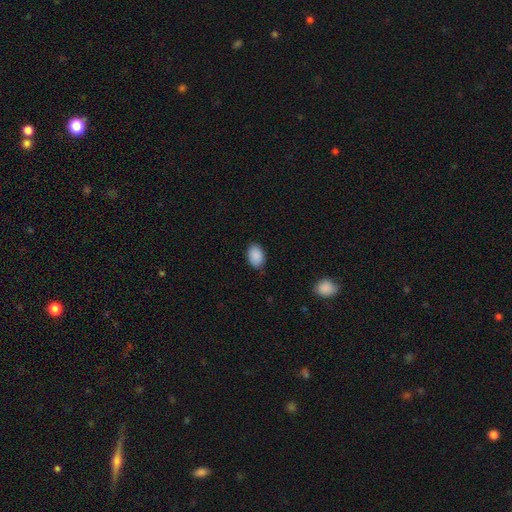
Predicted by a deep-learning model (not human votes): smooth-or-featured: smooth: 90% | star or artifact: 7% | featured or disk: 3%
  how-rounded: in between: 87% | round: 12% | cigar-shaped: 1%
  merging: none: 84% | minor disturbance: 12% | major disturbance: 2% | merger: 1%